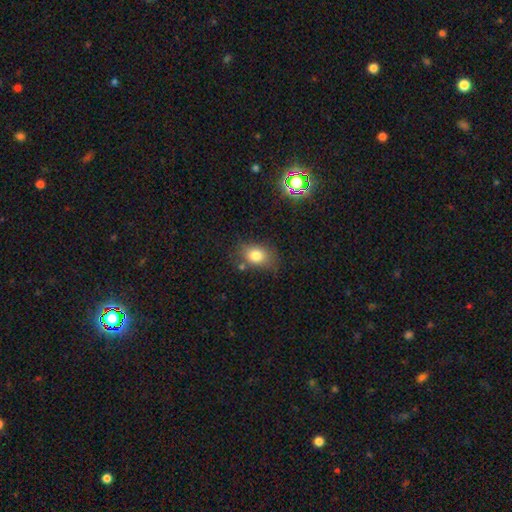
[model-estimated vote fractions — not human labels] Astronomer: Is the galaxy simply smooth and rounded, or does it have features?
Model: smooth — 78%.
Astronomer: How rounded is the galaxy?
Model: in between — 72%.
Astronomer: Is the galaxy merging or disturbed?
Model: none — 69%.